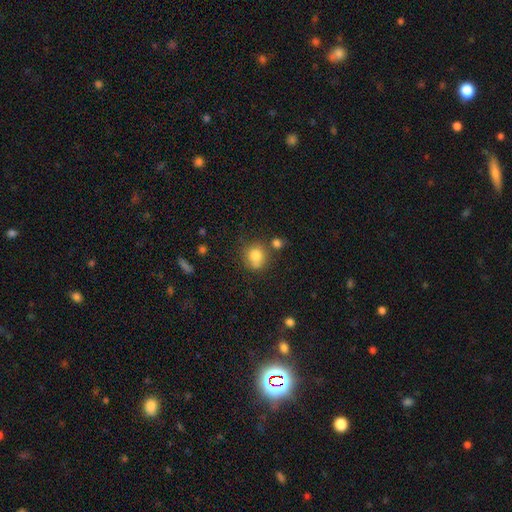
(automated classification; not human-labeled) smooth 79%, star or artifact 11%, featured or disk 10%. Down the decision tree: how rounded — round (83%); merging — none (59%).